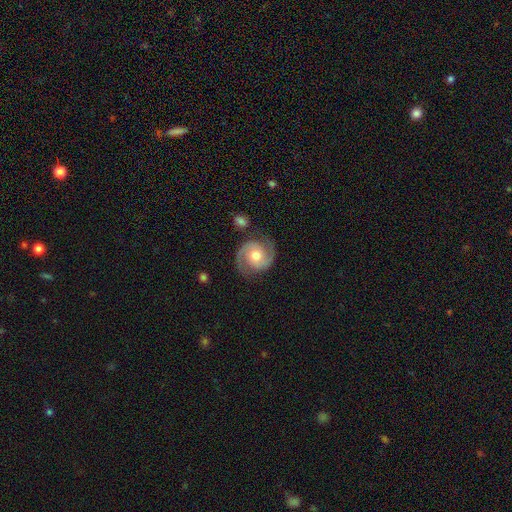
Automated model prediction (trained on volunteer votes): smooth-or-featured: featured or disk: 88% | smooth: 7% | star or artifact: 5%
  disk-edge-on: no: 98% | yes: 2%
    bar: no: 64% | weak: 29% | strong: 7%
    has-spiral-arms: yes: 98% | no: 2%
      spiral-winding: medium: 52% | tight: 39% | loose: 9%
      spiral-arm-count: 2: 94% | can't tell: 2% | 3: 1% | 1: 1% | 4: 1% | more than 4: 1%
    bulge-size: moderate: 72% | small: 21% | large: 5% | none: 1% | dominant: 1%
  merging: none: 84% | minor disturbance: 11% | major disturbance: 3% | merger: 2%